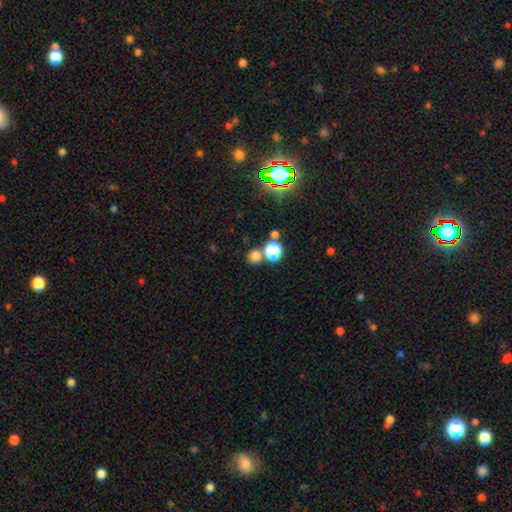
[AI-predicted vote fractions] smooth-or-featured: smooth: 71% | star or artifact: 23% | featured or disk: 6%
  how-rounded: round: 84% | in between: 15% | cigar-shaped: 1%
  merging: none: 67% | merger: 22% | minor disturbance: 8% | major disturbance: 3%